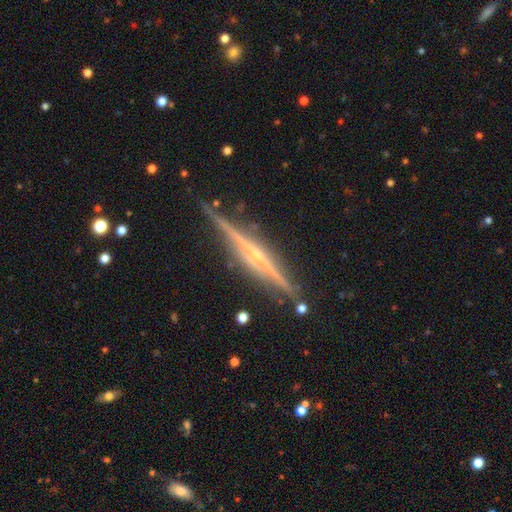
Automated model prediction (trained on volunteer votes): smooth-or-featured: featured or disk: 88% | smooth: 6% | star or artifact: 6%
  disk-edge-on: yes: 98% | no: 2%
    edge-on-bulge: rounded: 78% | none: 16% | boxy: 6%
  merging: none: 88% | minor disturbance: 9% | major disturbance: 2% | merger: 2%